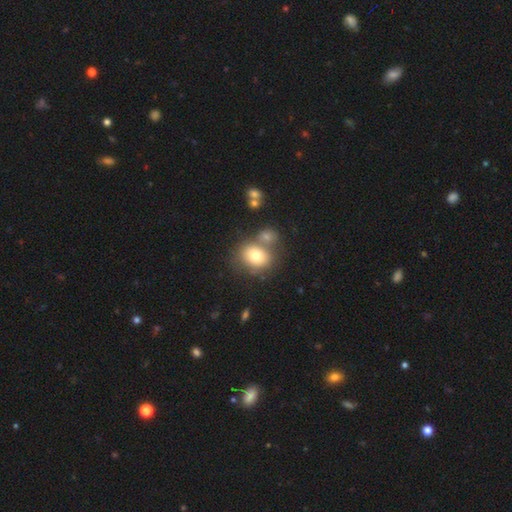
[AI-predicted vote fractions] smooth_or_featured: smooth (p=0.76) [alt: featured or disk p=0.14]
how_rounded: round (p=0.51) [alt: in between p=0.48]
merging: none (p=0.53) [alt: merger p=0.30]